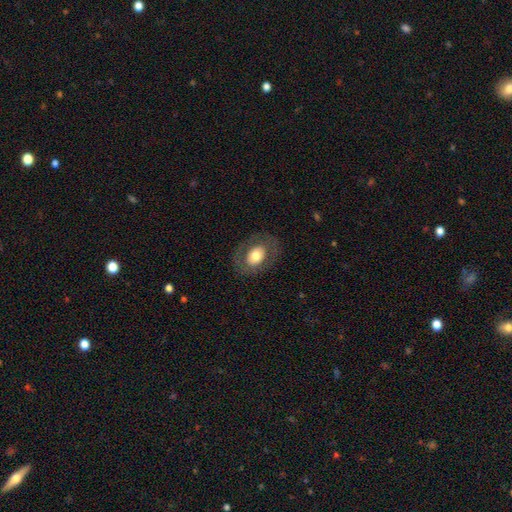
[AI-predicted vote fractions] Smooth or featured?
  - smooth: 60% *
  - featured or disk: 33%
  - star or artifact: 7%
How rounded?
  - in between: 68% *
  - round: 31%
  - cigar-shaped: 1%
Merging?
  - none: 79% *
  - minor disturbance: 12%
  - major disturbance: 8%
  - merger: 1%